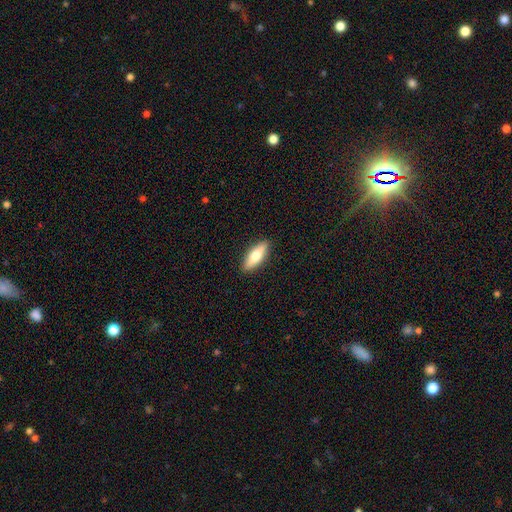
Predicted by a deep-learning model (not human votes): Smooth or featured?
  - smooth: 67% *
  - featured or disk: 27%
  - star or artifact: 6%
How rounded?
  - in between: 55% *
  - cigar-shaped: 42%
  - round: 2%
Merging?
  - none: 89% *
  - minor disturbance: 8%
  - major disturbance: 2%
  - merger: 1%